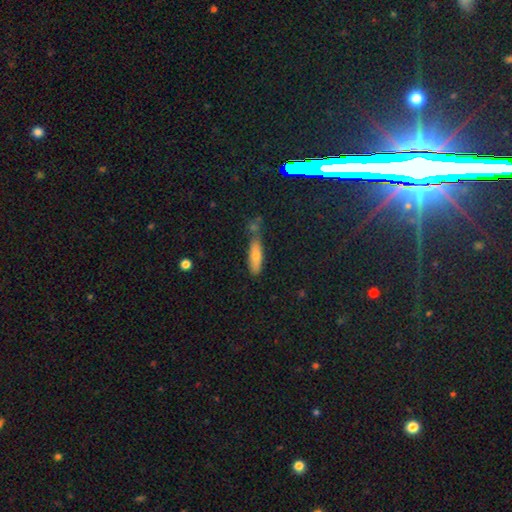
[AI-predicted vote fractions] Smooth or featured? smooth (66%)
How rounded? cigar-shaped (58%)
Merging? none (60%)